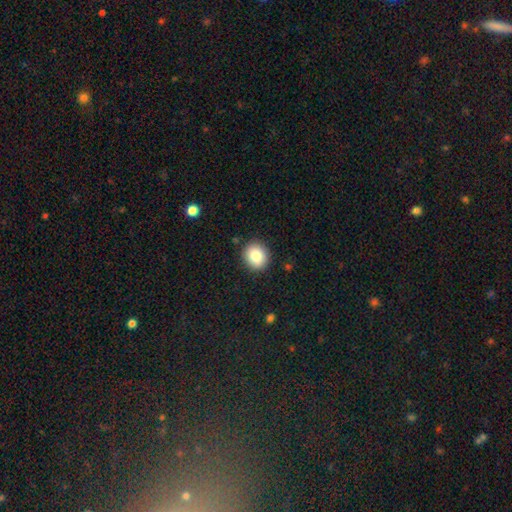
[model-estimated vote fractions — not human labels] smooth-or-featured: smooth: 83% | star or artifact: 9% | featured or disk: 8%
  how-rounded: round: 81% | in between: 18% | cigar-shaped: 1%
  merging: none: 89% | minor disturbance: 7% | major disturbance: 2% | merger: 1%